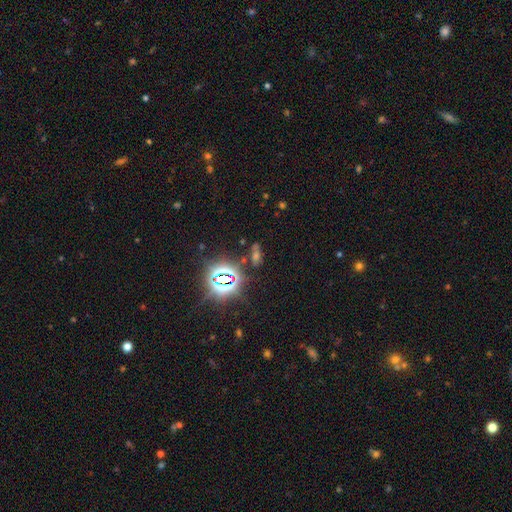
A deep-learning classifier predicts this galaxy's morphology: smooth-or-featured: star or artifact: 62% | smooth: 24% | featured or disk: 14%